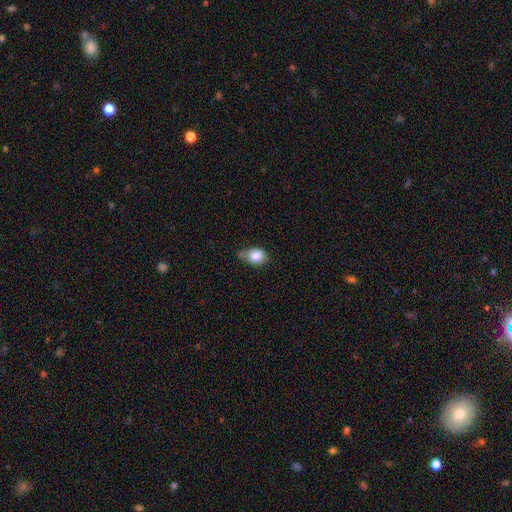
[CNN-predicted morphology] smooth_or_featured: smooth (p=0.84) [alt: star or artifact p=0.08]
how_rounded: in between (p=0.61) [alt: round p=0.37]
merging: none (p=0.44) [alt: minor disturbance p=0.36]